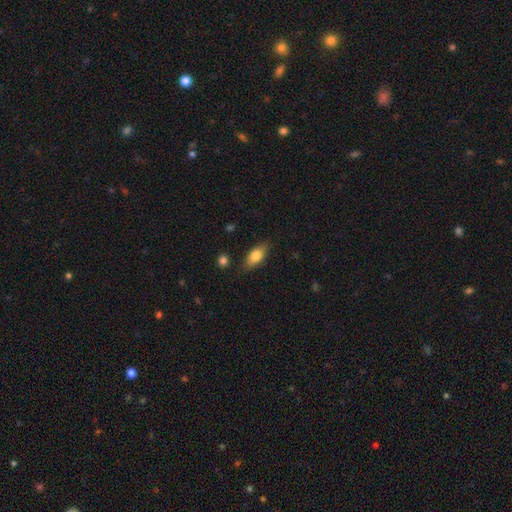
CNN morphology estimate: Smooth or featured? smooth (77%)
How rounded? in between (82%)
Merging? none (82%)